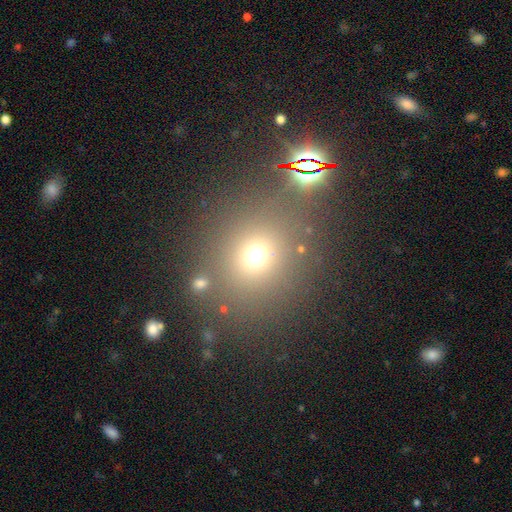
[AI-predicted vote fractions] Overall: smooth (64%; star or artifact 27%). How rounded: round (85%). Merging: none (76%).